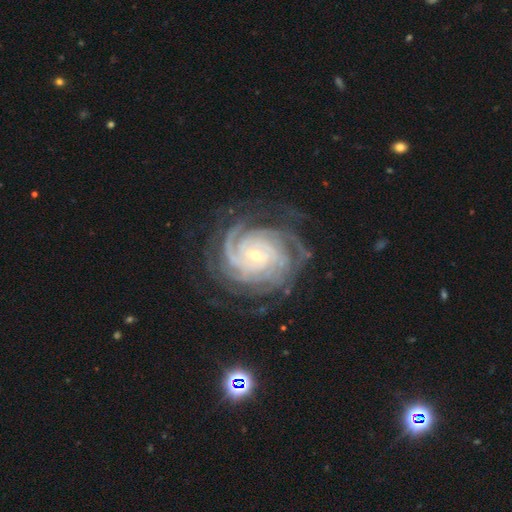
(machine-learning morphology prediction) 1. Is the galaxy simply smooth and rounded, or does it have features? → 92% featured or disk, 5% star or artifact, 3% smooth.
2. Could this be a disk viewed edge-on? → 98% no, 2% yes.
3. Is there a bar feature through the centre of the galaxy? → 41% weak (tied), 41% no (tied), 18% strong.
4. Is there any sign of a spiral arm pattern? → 99% yes, 1% no.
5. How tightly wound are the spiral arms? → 82% tight, 16% medium, 2% loose.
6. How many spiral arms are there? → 30% 4, 19% more than 4, 18% can't tell, 14% 3, 11% 2, 8% 1.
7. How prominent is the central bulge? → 70% small, 26% moderate, 2% large, 1% none, 1% dominant.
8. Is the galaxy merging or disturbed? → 75% none, 16% minor disturbance, 8% major disturbance, 1% merger.